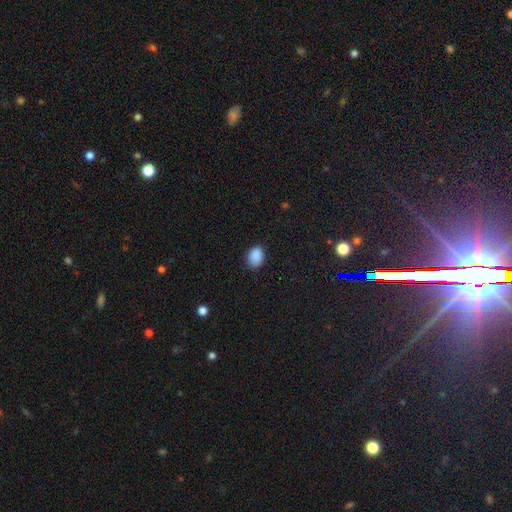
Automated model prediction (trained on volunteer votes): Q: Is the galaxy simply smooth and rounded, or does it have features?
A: smooth — 89%.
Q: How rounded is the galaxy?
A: in between — 71%.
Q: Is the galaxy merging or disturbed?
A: none — 82%.